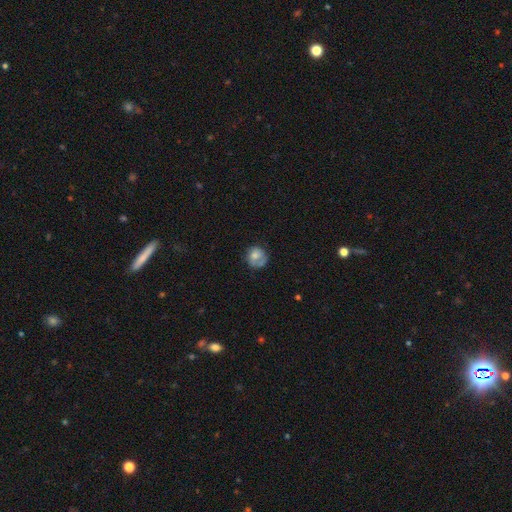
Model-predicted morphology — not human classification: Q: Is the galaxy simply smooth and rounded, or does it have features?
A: smooth — 61%.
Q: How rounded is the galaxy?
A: round — 81%.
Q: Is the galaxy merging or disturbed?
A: none — 56%.